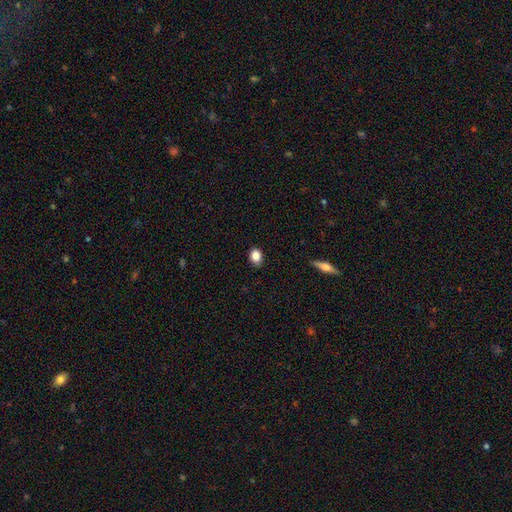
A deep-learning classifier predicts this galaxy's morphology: Q: Smooth or featured?
A: smooth (86%); runner-up: star or artifact (9%)
Q: How rounded?
A: in between (60%); runner-up: round (38%)
Q: Merging?
A: none (84%); runner-up: minor disturbance (13%)